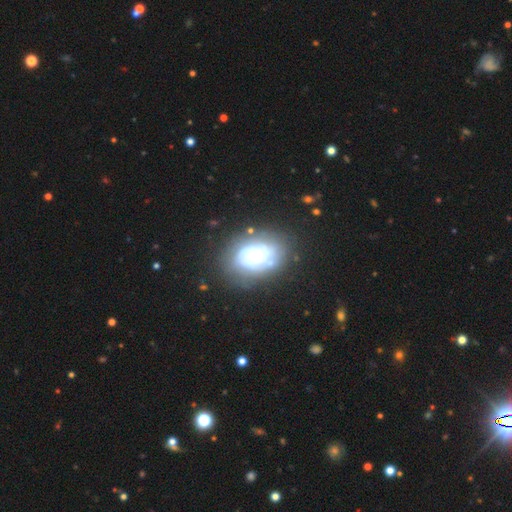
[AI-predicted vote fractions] featured or disk 64%, smooth 28%, star or artifact 8%. Down the decision tree: edge-on disk — no (96%); bar — no (81%); spiral arms — yes (71%); bulge size — moderate (47%); merging — none (64%).